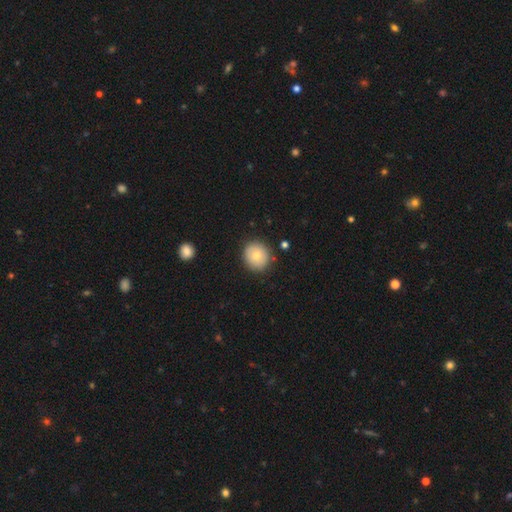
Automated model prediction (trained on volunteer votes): smooth 75%, featured or disk 15%, star or artifact 10%. Down the decision tree: how rounded — round (87%); merging — none (88%).